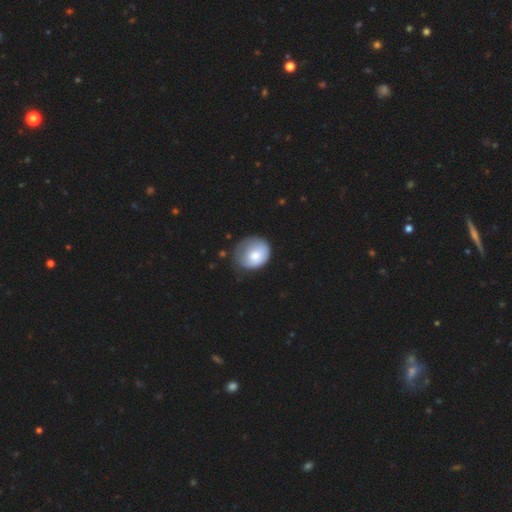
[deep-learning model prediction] Q: Smooth or featured?
A: smooth (71%); runner-up: featured or disk (22%)
Q: How rounded?
A: round (66%); runner-up: in between (34%)
Q: Merging?
A: none (45%); runner-up: minor disturbance (36%)